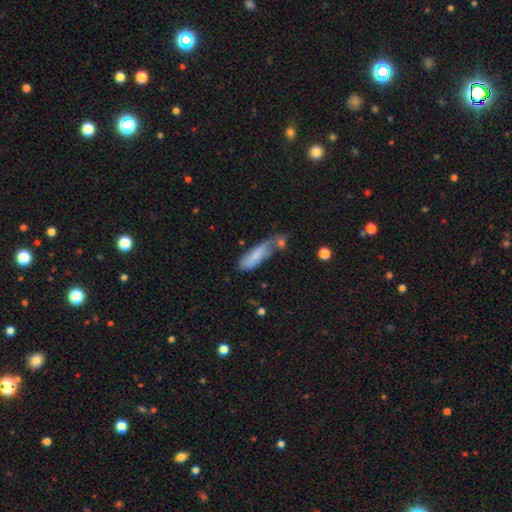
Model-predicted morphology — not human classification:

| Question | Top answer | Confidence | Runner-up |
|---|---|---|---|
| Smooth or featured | smooth | 74% | featured or disk (19%) |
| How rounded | cigar-shaped | 50% | in between (48%) |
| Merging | none | 37% | minor disturbance (27%) |